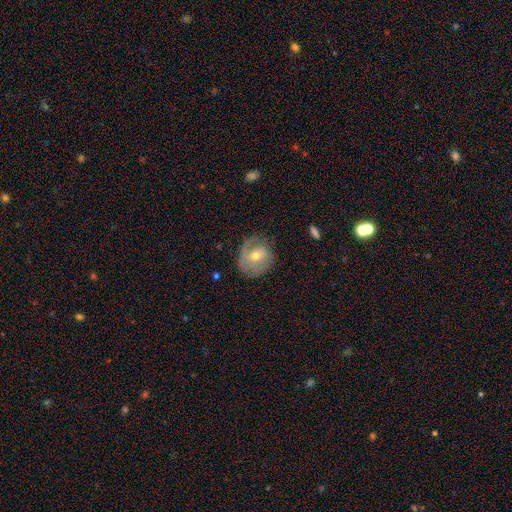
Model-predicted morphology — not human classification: A featured or disk galaxy (55%) with no bar (49%), spiral arms (74%) and a moderate central bulge (59%).

Vote fractions:
- Smooth or featured? featured or disk: 55% / smooth: 38% / star or artifact: 7%
- Edge-on disk? no: 96% / yes: 4%
- Bar? no: 49% / weak: 39% / strong: 13%
- Spiral arms? yes: 74% / no: 26%
- Bulge size? moderate: 59% / small: 37% / large: 2% / none: 1% / dominant: 1%
- Merging? none: 67% / minor disturbance: 21% / major disturbance: 10% / merger: 1%